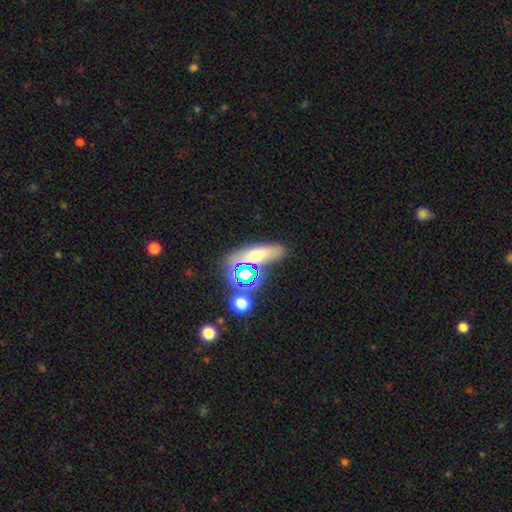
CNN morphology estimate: Smooth or featured? Predicted: smooth (p=0.53). How rounded? Predicted: in between (p=0.46). Merging? Predicted: none (p=0.70).